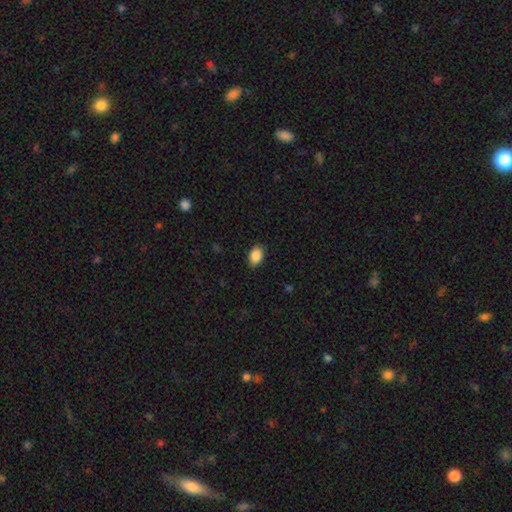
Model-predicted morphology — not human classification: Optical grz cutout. It shows a smooth galaxy with no disk features (88%) that is in between round and cigar-shaped (85%). Merging: none (87%).